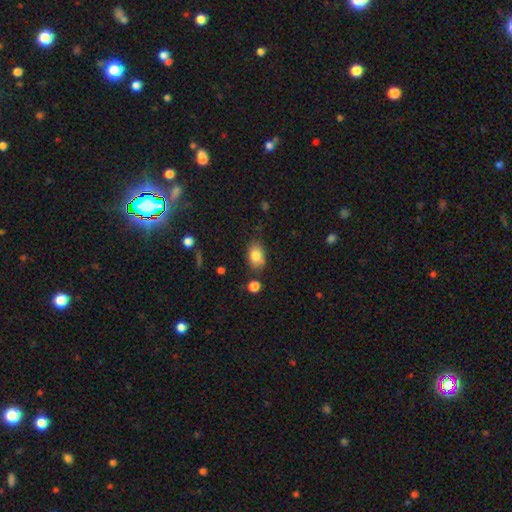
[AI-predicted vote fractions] The model was most divided on "merging": none: 73%, minor disturbance: 18%, merger: 4%, major disturbance: 4%. More confident: how rounded — in between (87%); smooth or featured — smooth (83%).